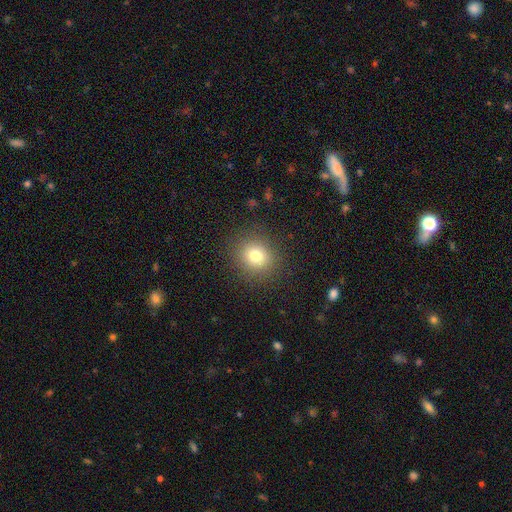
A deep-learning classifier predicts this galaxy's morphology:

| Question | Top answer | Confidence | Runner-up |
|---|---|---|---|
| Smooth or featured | smooth | 77% | star or artifact (14%) |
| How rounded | round | 80% | in between (19%) |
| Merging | none | 88% | minor disturbance (7%) |